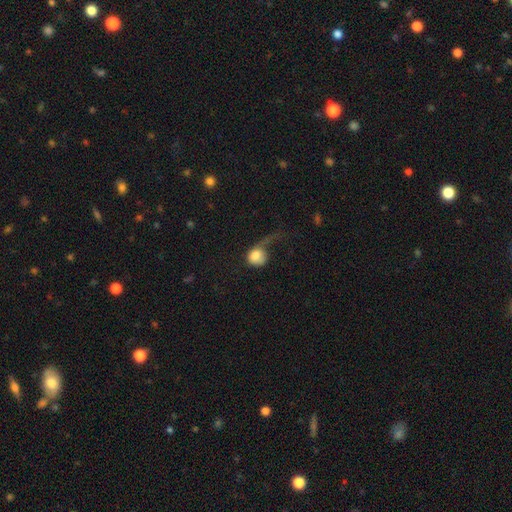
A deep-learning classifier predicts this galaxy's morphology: Smooth or featured?
  - smooth: 74% *
  - featured or disk: 19%
  - star or artifact: 8%
How rounded?
  - round: 68% *
  - in between: 30%
  - cigar-shaped: 1%
Merging?
  - major disturbance: 60% *
  - minor disturbance: 17%
  - none: 17%
  - merger: 5%